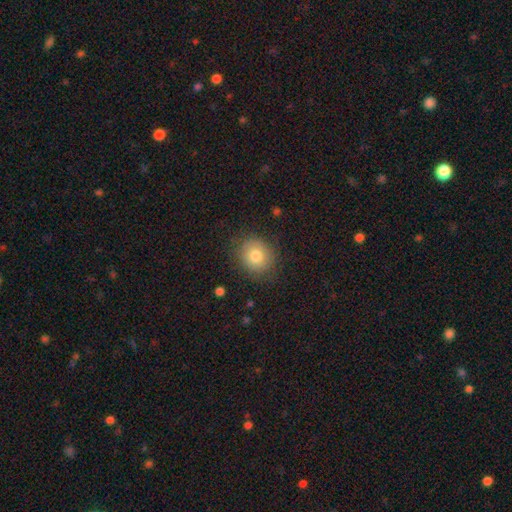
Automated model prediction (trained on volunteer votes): This is likely a smooth galaxy (79%). How rounded: likely round (78%). Merging: clearly none (84%).